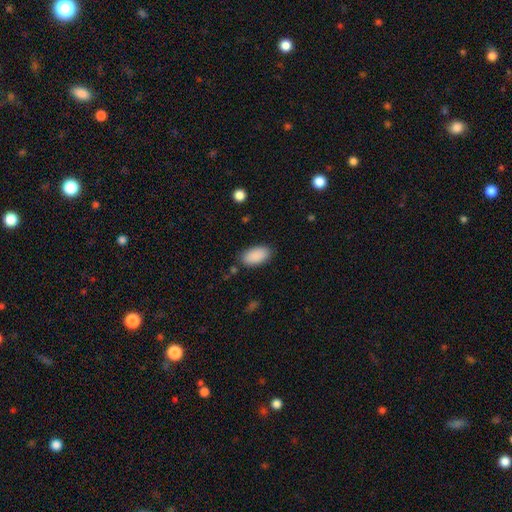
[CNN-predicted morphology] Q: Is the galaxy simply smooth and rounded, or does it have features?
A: smooth — 90%.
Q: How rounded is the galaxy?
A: in between — 95%.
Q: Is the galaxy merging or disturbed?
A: none — 85%.